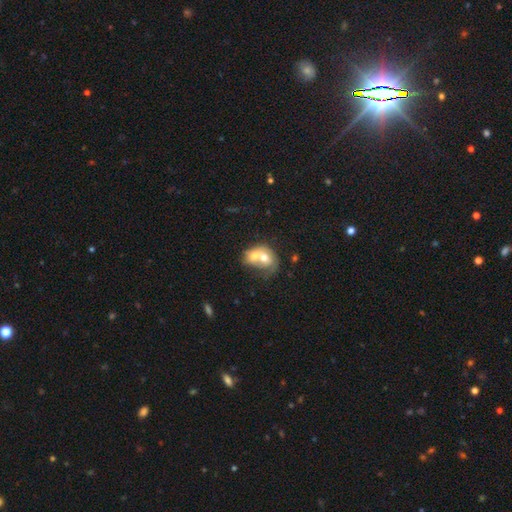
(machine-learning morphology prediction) Smooth or featured? Predicted: smooth (p=0.57). How rounded? Predicted: in between (p=0.55). Merging? Predicted: merger (p=0.79).